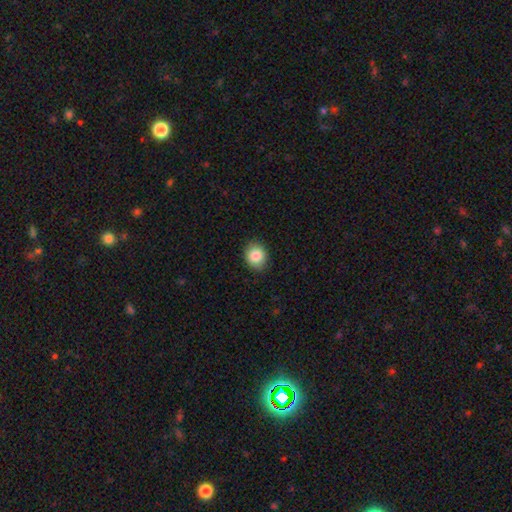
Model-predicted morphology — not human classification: A smooth galaxy with no disk features (86%) that is round (68%).

Vote fractions:
- Smooth or featured? smooth: 86% / star or artifact: 8% / featured or disk: 5%
- How rounded? round: 68% / in between: 31% / cigar-shaped: 1%
- Merging? none: 88% / minor disturbance: 9% / major disturbance: 2% / merger: 1%